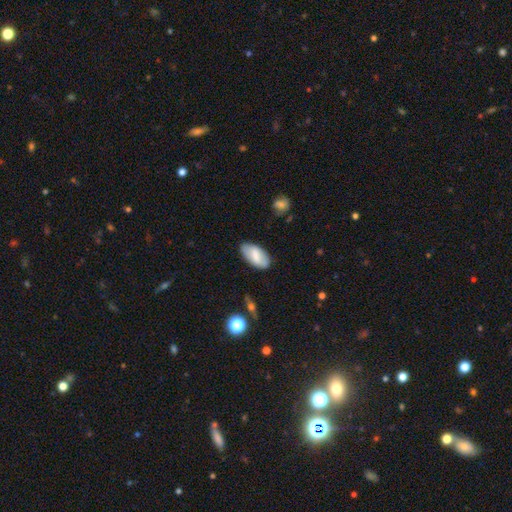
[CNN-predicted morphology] type=smooth (72%); roundness=in between (94%); merging=none (80%).